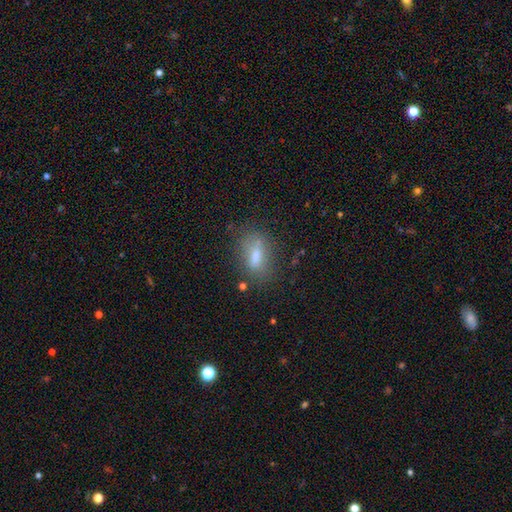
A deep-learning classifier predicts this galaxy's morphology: A smooth galaxy with no disk features (68%) that is in between round and cigar-shaped (68%). Merging: none (71%).